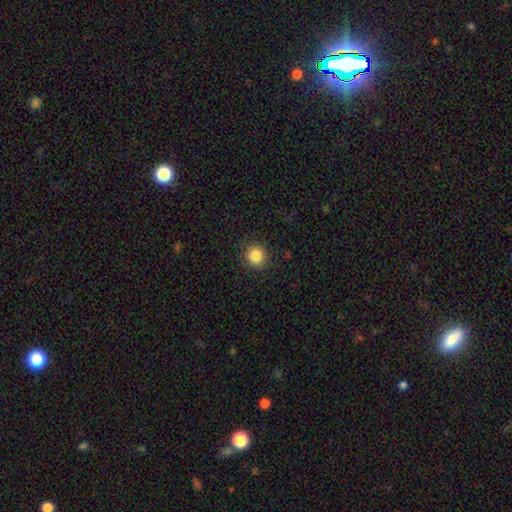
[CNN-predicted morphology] A smooth galaxy with no disk features (85%) that is round (92%).

Vote fractions:
- Smooth or featured? smooth: 85% / star or artifact: 10% / featured or disk: 4%
- How rounded? round: 92% / in between: 8% / cigar-shaped: 1%
- Merging? none: 90% / minor disturbance: 7% / major disturbance: 2% / merger: 1%